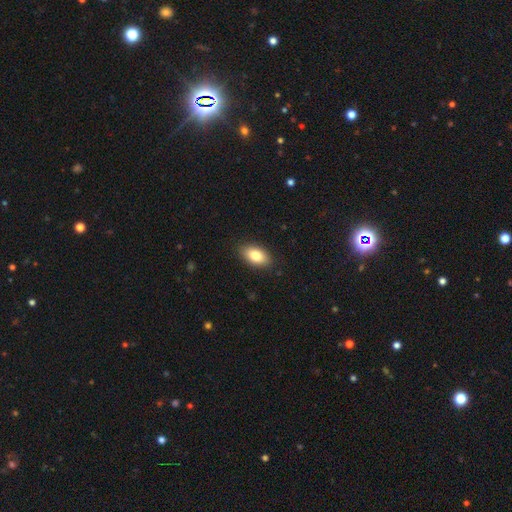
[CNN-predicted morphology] Smooth or featured? Predicted: smooth (p=0.83). How rounded? Predicted: in between (p=0.92). Merging? Predicted: none (p=0.88).